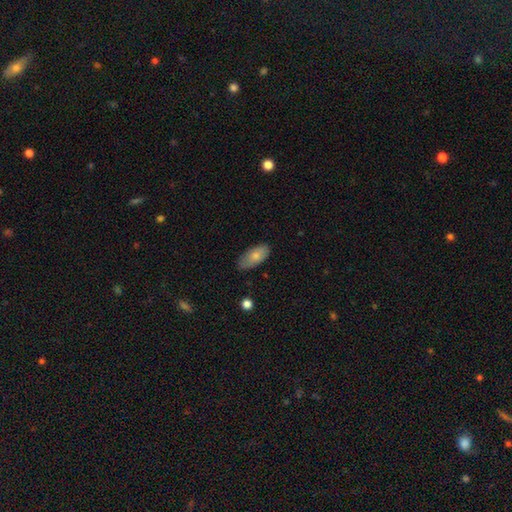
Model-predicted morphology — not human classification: Smooth or featured: smooth — 77% (featured or disk — 17%)
How rounded: in between — 89% (cigar-shaped — 8%)
Merging: none — 79% (minor disturbance — 16%)